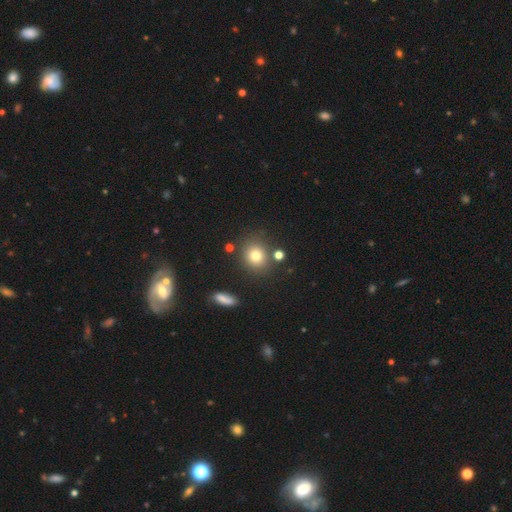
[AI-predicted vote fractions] smooth_or_featured: smooth (p=0.78) [alt: star or artifact p=0.13]
how_rounded: round (p=0.75) [alt: in between p=0.24]
merging: none (p=0.78) [alt: minor disturbance p=0.10]